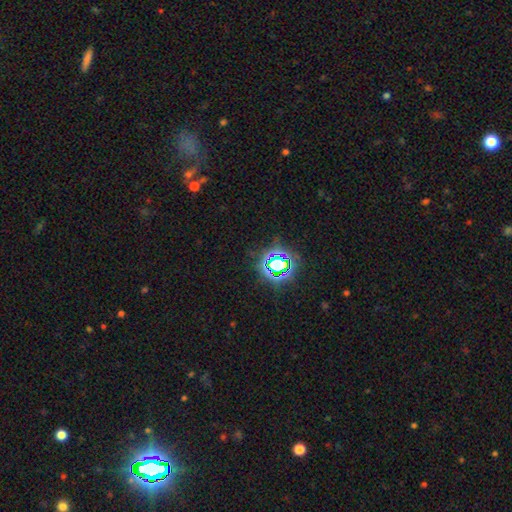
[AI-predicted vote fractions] Morphology: type=star or artifact (77%).